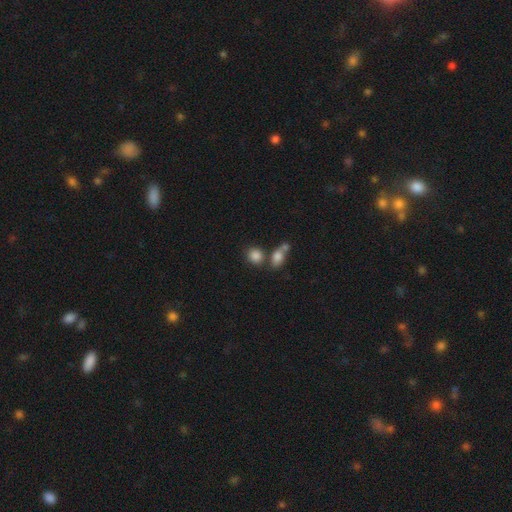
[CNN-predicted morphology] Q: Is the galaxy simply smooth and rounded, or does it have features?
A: smooth — 84%.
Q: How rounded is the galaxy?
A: round — 75%.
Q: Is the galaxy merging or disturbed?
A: none — 57%.